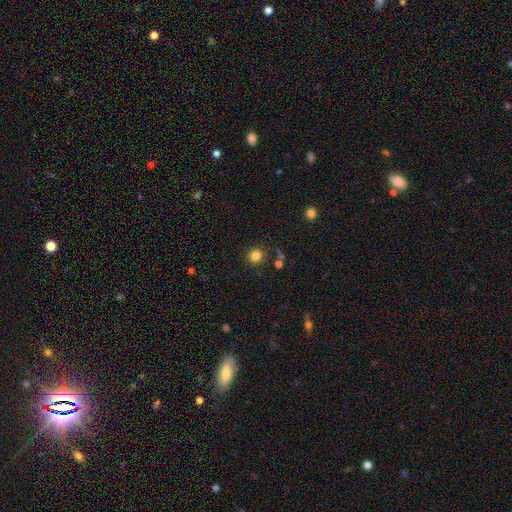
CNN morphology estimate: Smooth or featured: smooth — 83% (star or artifact — 12%)
How rounded: round — 90% (in between — 9%)
Merging: none — 86% (minor disturbance — 8%)